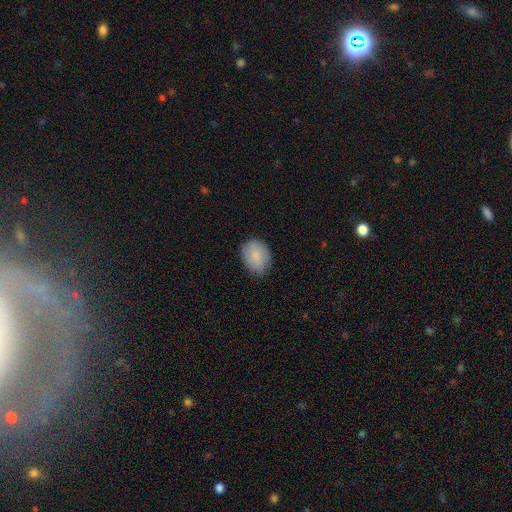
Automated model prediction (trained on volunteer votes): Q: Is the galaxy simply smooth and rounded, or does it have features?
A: smooth — 86%.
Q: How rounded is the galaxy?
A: in between — 64%.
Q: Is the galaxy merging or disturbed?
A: none — 77%.